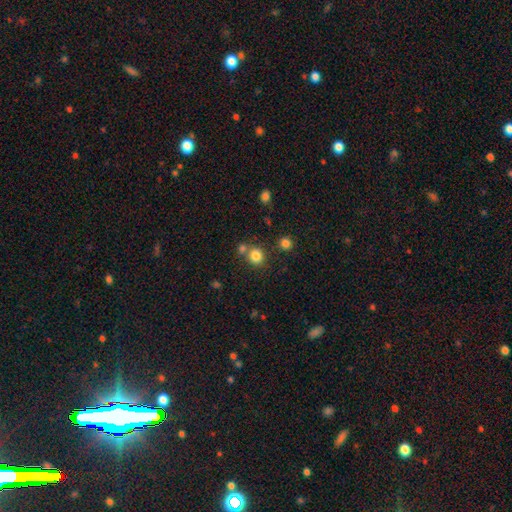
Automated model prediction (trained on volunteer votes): Smooth or featured: smooth — 81% (star or artifact — 13%)
How rounded: round — 84% (in between — 15%)
Merging: none — 67% (merger — 21%)